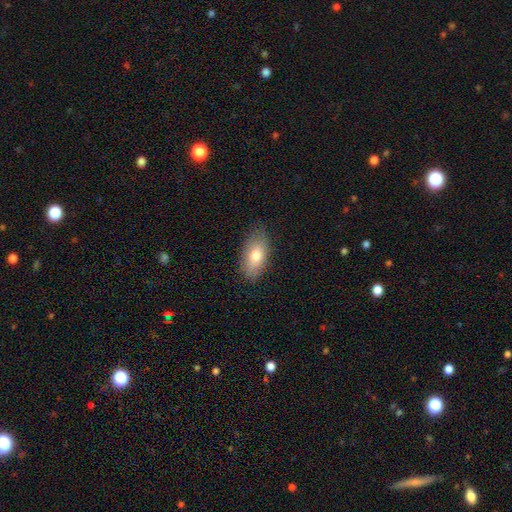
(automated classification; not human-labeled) Smooth or featured? Predicted: smooth (p=0.78). How rounded? Predicted: in between (p=0.90). Merging? Predicted: none (p=0.79).